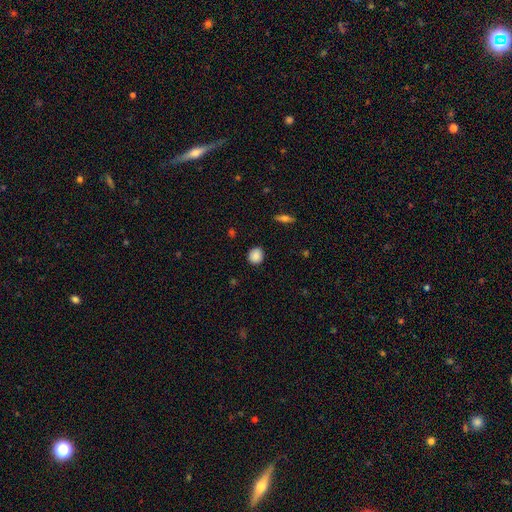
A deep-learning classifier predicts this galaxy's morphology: smooth-or-featured: smooth: 87% | star or artifact: 8% | featured or disk: 5%
  how-rounded: round: 82% | in between: 16% | cigar-shaped: 1%
  merging: none: 89% | minor disturbance: 8% | major disturbance: 2% | merger: 1%